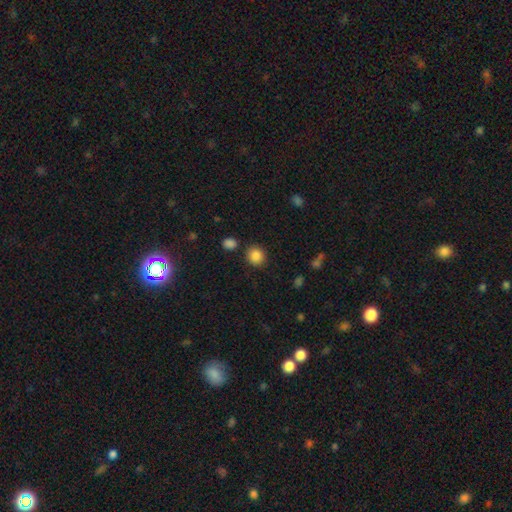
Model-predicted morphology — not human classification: Smooth or featured? Predicted: smooth (p=0.87). How rounded? Predicted: round (p=0.86). Merging? Predicted: none (p=0.85).